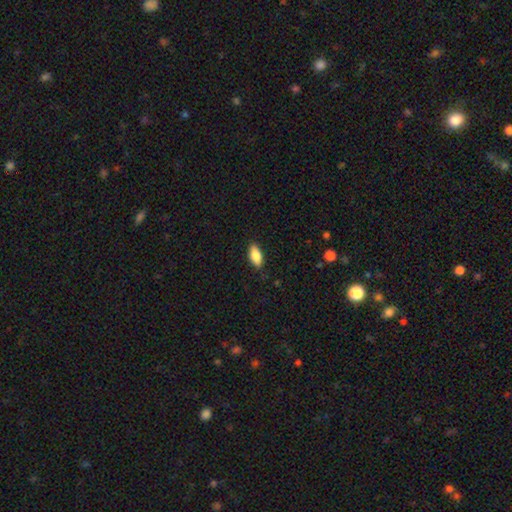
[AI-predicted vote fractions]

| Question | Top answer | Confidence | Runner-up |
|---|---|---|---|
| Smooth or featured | smooth | 81% | featured or disk (12%) |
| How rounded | in between | 85% | cigar-shaped (12%) |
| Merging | none | 86% | minor disturbance (11%) |